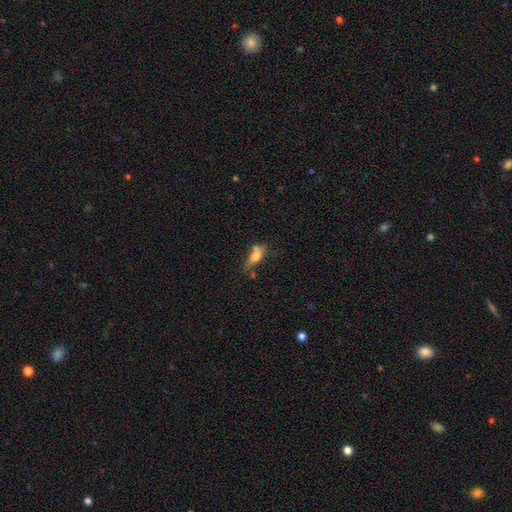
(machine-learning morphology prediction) smooth_or_featured: smooth (p=0.60) [alt: featured or disk p=0.31]
how_rounded: in between (p=0.64) [alt: cigar-shaped p=0.30]
merging: none (p=0.40) [alt: merger p=0.24]